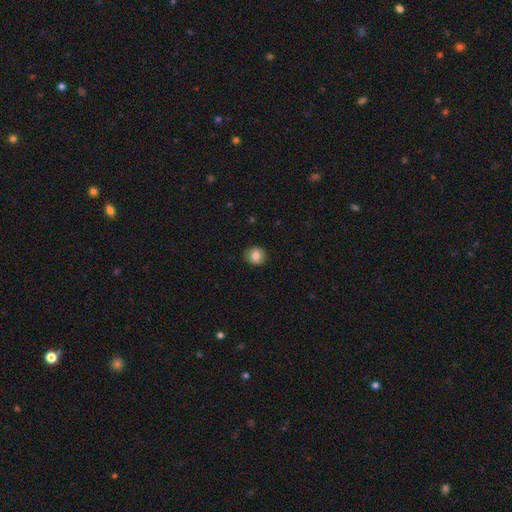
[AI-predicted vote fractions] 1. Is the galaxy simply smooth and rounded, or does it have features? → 83% smooth, 9% star or artifact, 8% featured or disk.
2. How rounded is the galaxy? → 80% round, 19% in between, 1% cigar-shaped.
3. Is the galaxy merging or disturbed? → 88% none, 9% minor disturbance, 2% major disturbance, 1% merger.